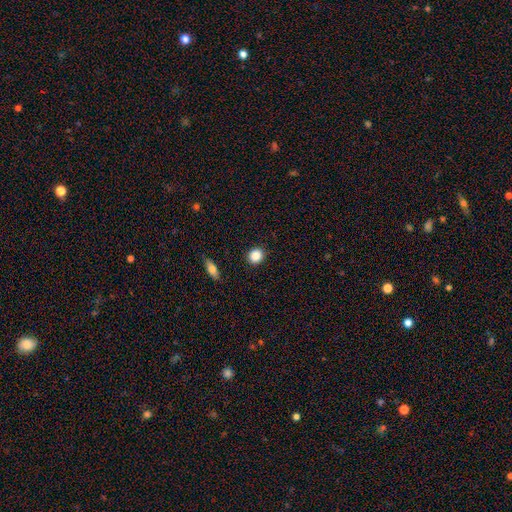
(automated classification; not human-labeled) Smooth or featured? smooth (86%)
How rounded? round (80%)
Merging? none (91%)